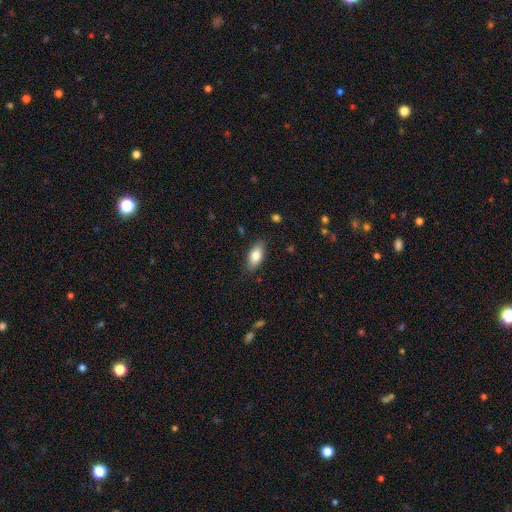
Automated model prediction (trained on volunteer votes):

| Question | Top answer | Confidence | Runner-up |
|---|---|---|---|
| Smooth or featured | smooth | 81% | featured or disk (12%) |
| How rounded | in between | 87% | cigar-shaped (9%) |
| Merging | none | 84% | minor disturbance (12%) |